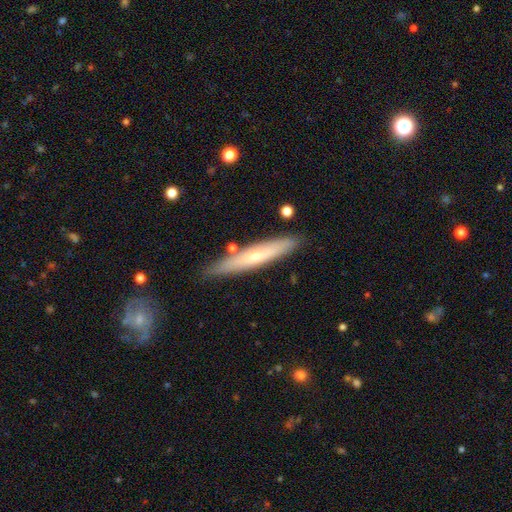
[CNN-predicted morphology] Overall: smooth (53%; featured or disk 41%). How rounded: cigar-shaped (92%). Merging: none (85%).